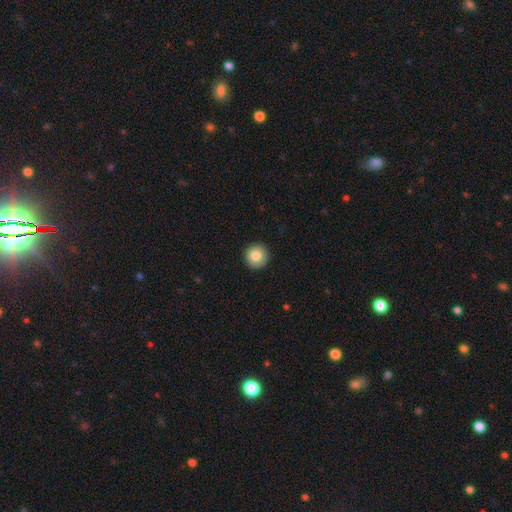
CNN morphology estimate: smooth_or_featured: smooth (p=0.83) [alt: featured or disk p=0.09]
how_rounded: round (p=0.96) [alt: in between p=0.03]
merging: none (p=0.93) [alt: minor disturbance p=0.05]